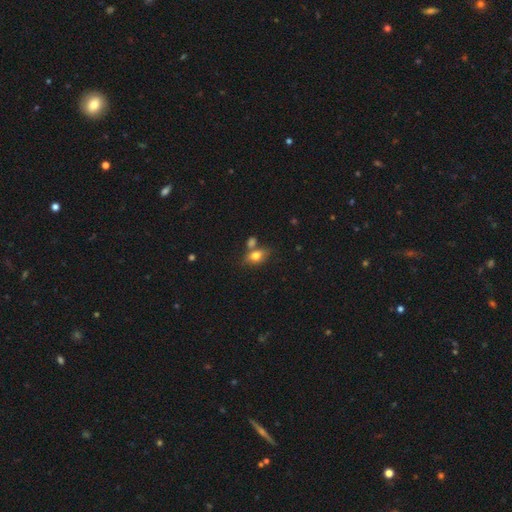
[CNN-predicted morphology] Smooth or featured: smooth — 74% (featured or disk — 16%)
How rounded: in between — 80% (round — 14%)
Merging: none — 58% (merger — 23%)